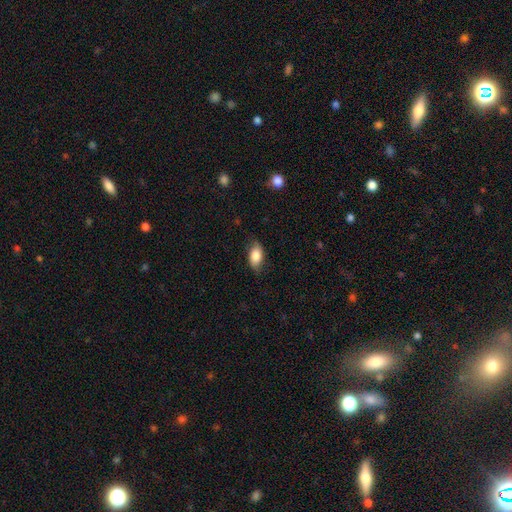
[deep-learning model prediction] smooth 83%, featured or disk 10%, star or artifact 7%. Down the decision tree: how rounded — in between (91%); merging — none (78%).